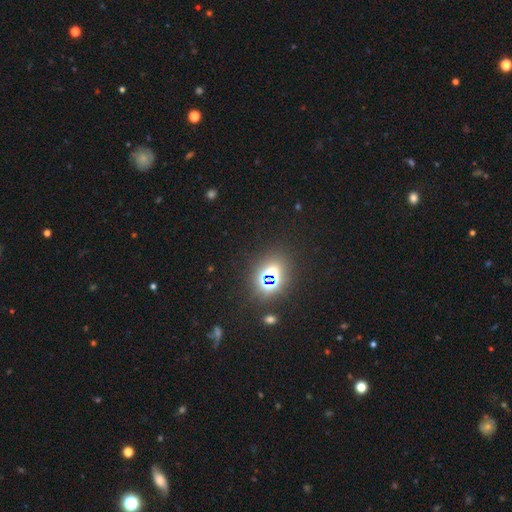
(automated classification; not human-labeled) This appears to be a star or artifact, not a galaxy (55%).